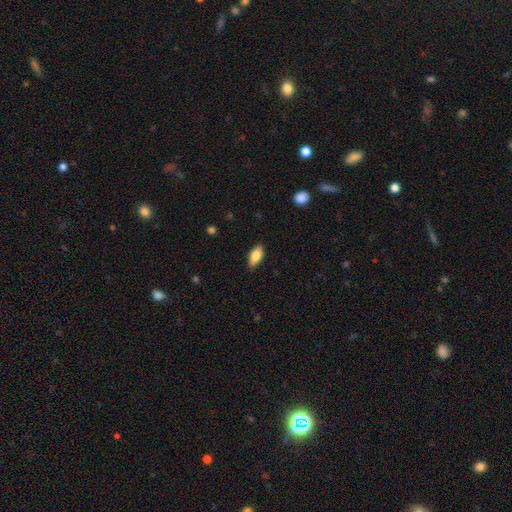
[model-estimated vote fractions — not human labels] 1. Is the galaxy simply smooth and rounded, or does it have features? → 83% smooth, 10% featured or disk, 7% star or artifact.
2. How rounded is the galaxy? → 89% in between, 8% cigar-shaped, 3% round.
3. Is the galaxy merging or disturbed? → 87% none, 10% minor disturbance, 2% major disturbance, 1% merger.